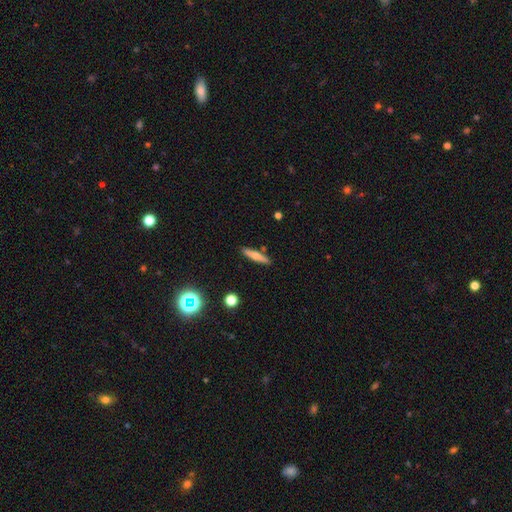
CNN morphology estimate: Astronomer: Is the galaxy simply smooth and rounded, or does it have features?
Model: smooth — 55% (runner-up: featured or disk, 36%).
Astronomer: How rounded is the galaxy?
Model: cigar-shaped — 87%.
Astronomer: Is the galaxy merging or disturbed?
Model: none — 88%.